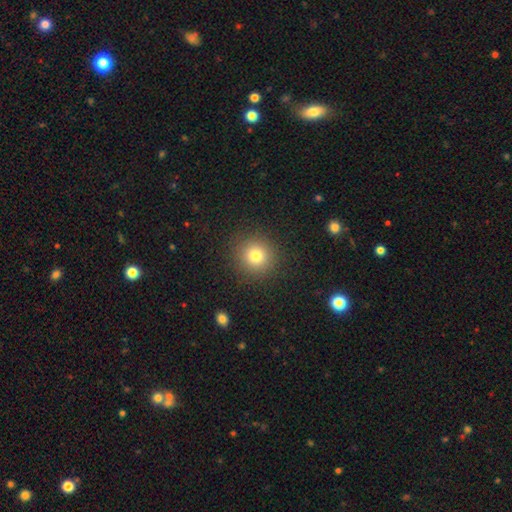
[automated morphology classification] smooth_or_featured: smooth (p=0.78) [alt: star or artifact p=0.14]
how_rounded: round (p=0.93) [alt: in between p=0.06]
merging: none (p=0.91) [alt: minor disturbance p=0.06]